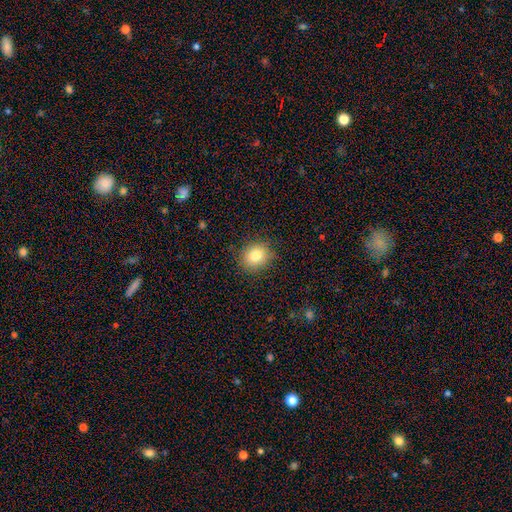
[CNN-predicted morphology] Smooth or featured? Predicted: smooth (p=0.81). How rounded? Predicted: round (p=0.71). Merging? Predicted: none (p=0.86).